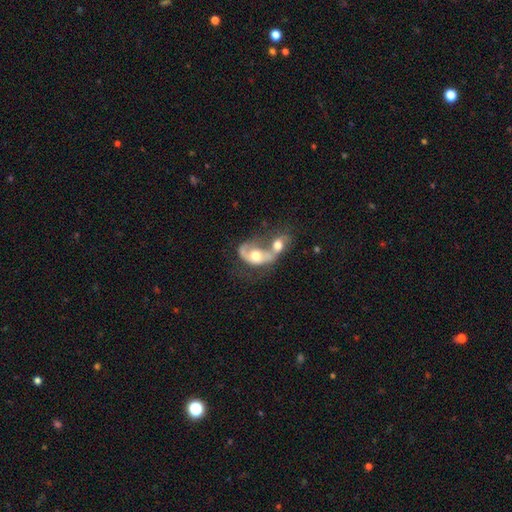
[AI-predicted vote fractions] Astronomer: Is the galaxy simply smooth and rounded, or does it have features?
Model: featured or disk — 55% (runner-up: smooth, 38%).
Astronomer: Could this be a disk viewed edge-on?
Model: no — 95%.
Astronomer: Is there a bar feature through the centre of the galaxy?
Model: no — 75%.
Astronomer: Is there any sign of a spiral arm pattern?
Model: yes — 60% (runner-up: no, 40%).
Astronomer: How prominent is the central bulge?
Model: moderate — 64%.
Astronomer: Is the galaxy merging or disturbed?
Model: merger — 81%.